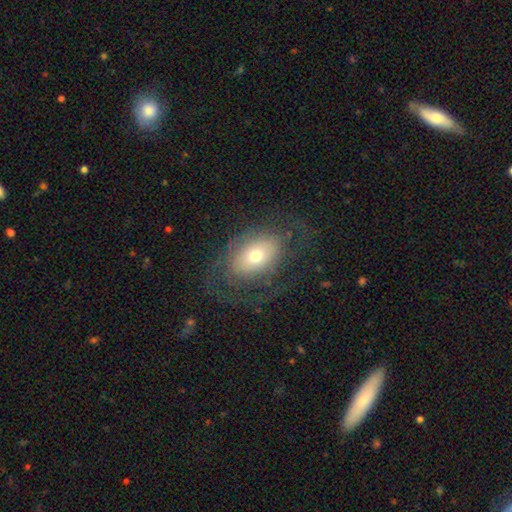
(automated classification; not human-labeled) Smooth or featured?
  - featured or disk: 48% *
  - smooth: 44%
  - star or artifact: 8%
Merging?
  - none: 61% *
  - major disturbance: 20%
  - minor disturbance: 17%
  - merger: 1%